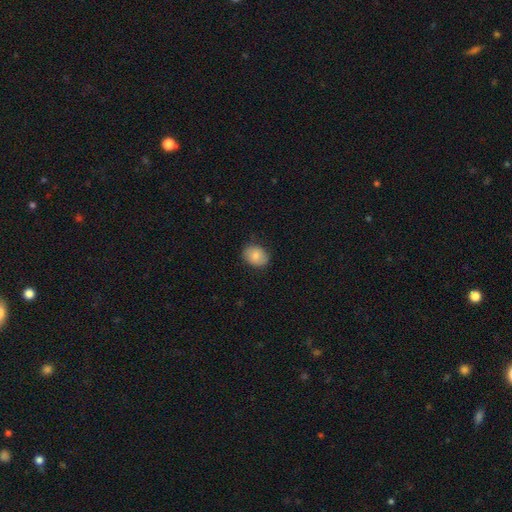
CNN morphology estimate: This is clearly a smooth galaxy (83%). How rounded: possibly in between (51%). Merging: likely none (79%).